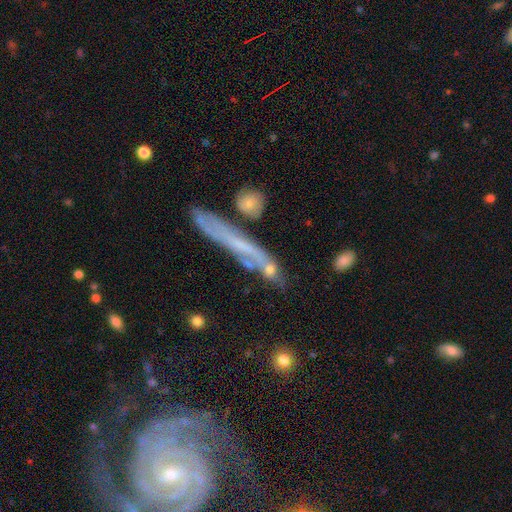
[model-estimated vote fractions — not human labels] Smooth or featured?
  - featured or disk: 56% *
  - smooth: 34%
  - star or artifact: 10%
Edge-on disk?
  - yes: 69% *
  - no: 31%
Merging?
  - none: 58% *
  - minor disturbance: 21%
  - merger: 12%
  - major disturbance: 9%